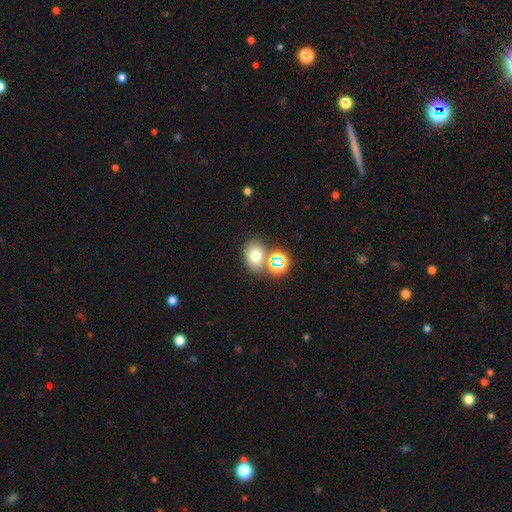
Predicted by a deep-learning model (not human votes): smooth_or_featured: smooth (p=0.70) [alt: star or artifact p=0.18]
how_rounded: in between (p=0.62) [alt: round p=0.37]
merging: none (p=0.63) [alt: merger p=0.22]